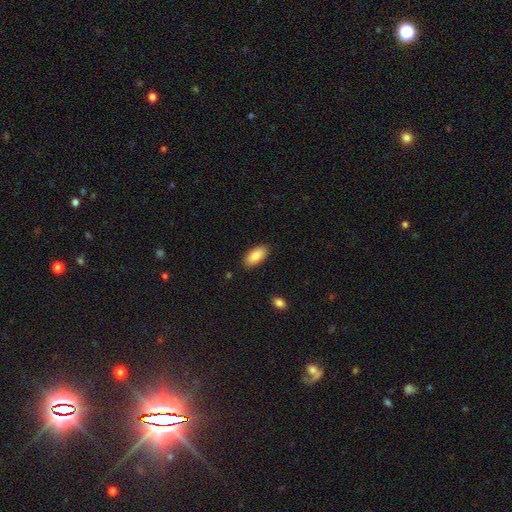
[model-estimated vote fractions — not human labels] Overall: smooth (86%). How rounded: in between (92%). Merging: none (87%).